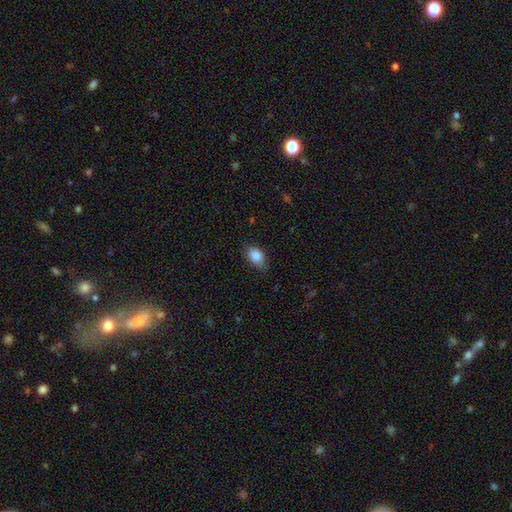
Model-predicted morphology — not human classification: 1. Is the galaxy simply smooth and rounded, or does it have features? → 87% smooth, 8% star or artifact, 5% featured or disk.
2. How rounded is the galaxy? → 84% in between, 15% round, 2% cigar-shaped.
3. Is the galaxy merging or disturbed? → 73% none, 22% minor disturbance, 4% major disturbance, 1% merger.